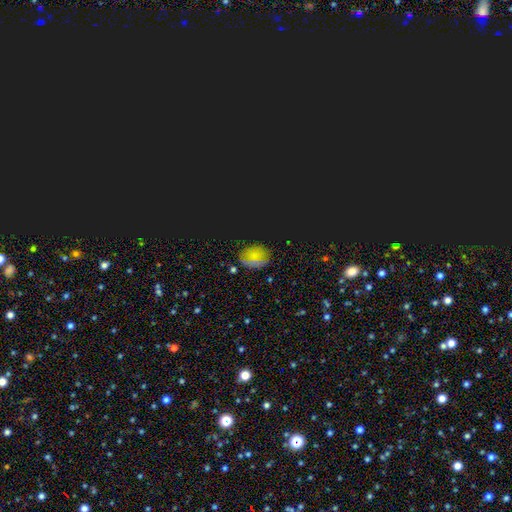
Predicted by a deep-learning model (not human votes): This appears to be a smooth galaxy with no disk features (47%). Merging: none (80%).